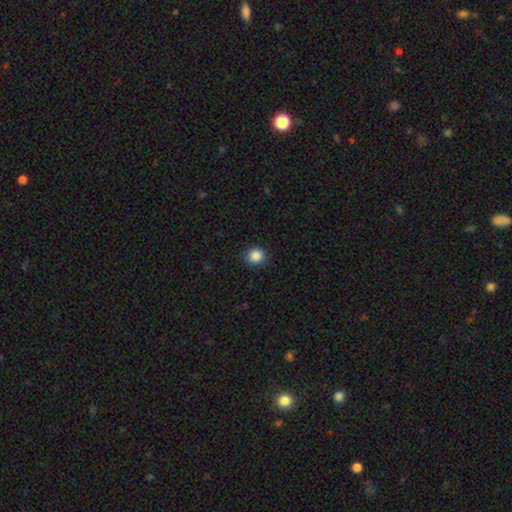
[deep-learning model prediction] Q: Smooth or featured?
A: smooth (87%); runner-up: star or artifact (10%)
Q: How rounded?
A: round (86%); runner-up: in between (13%)
Q: Merging?
A: none (90%); runner-up: minor disturbance (7%)